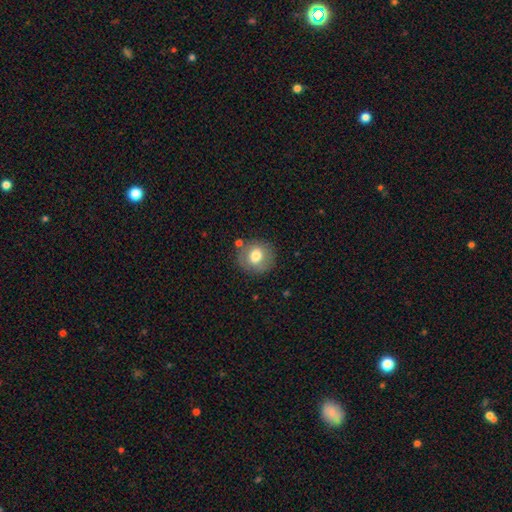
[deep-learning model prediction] A smooth galaxy with no disk features (72%) that is round (86%).

Vote fractions:
- Smooth or featured? smooth: 72% / featured or disk: 19% / star or artifact: 9%
- How rounded? round: 86% / in between: 13% / cigar-shaped: 1%
- Merging? none: 80% / minor disturbance: 12% / merger: 5% / major disturbance: 4%